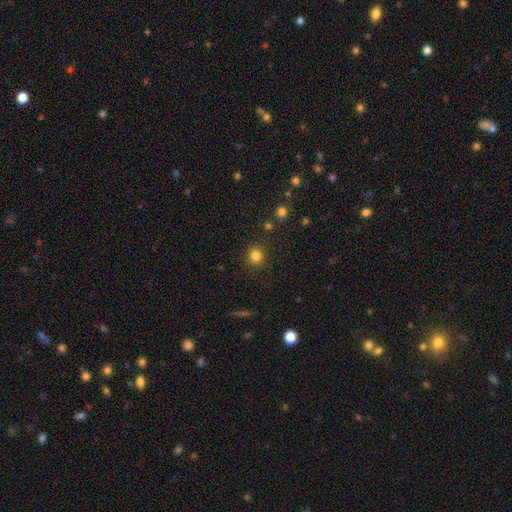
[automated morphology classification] Q: Smooth or featured?
A: smooth (82%); runner-up: star or artifact (13%)
Q: How rounded?
A: round (88%); runner-up: in between (11%)
Q: Merging?
A: none (90%); runner-up: minor disturbance (6%)